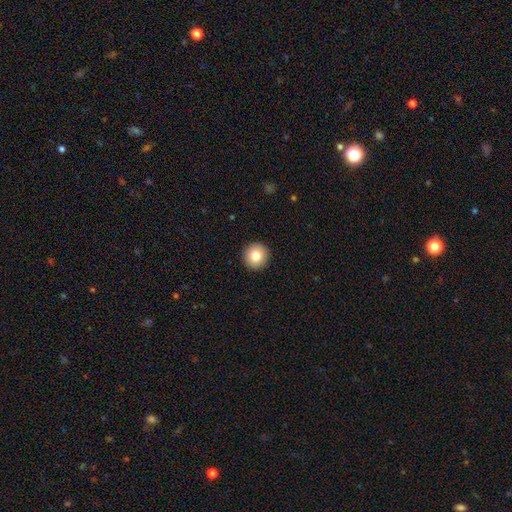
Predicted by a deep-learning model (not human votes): smooth 82%, featured or disk 9%, star or artifact 9%. Down the decision tree: how rounded — round (96%); merging — none (93%).